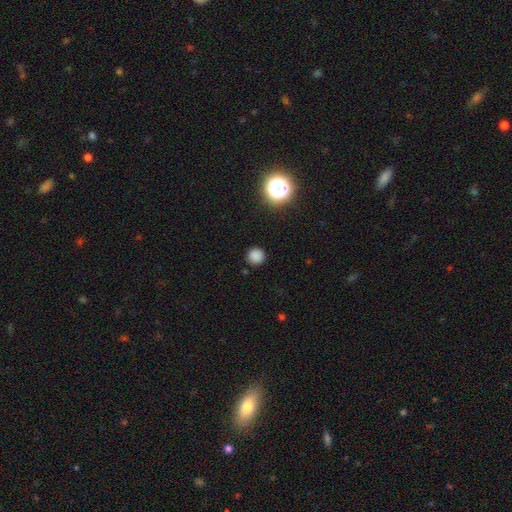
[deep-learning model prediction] Smooth or featured?
  - smooth: 81% *
  - star or artifact: 15%
  - featured or disk: 4%
How rounded?
  - round: 94% *
  - in between: 5%
  - cigar-shaped: 1%
Merging?
  - none: 89% *
  - minor disturbance: 7%
  - major disturbance: 2%
  - merger: 1%